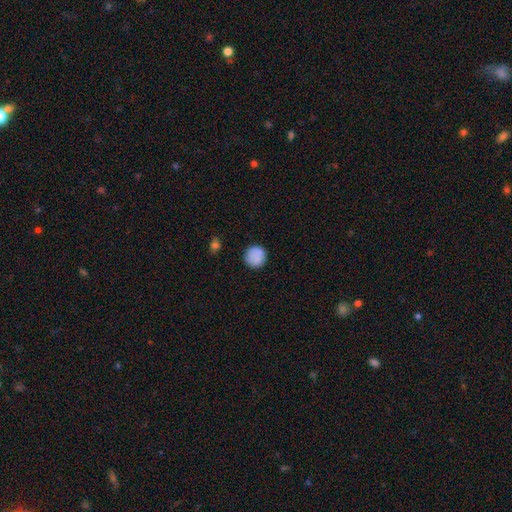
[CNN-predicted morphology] smooth_or_featured: smooth (p=0.87) [alt: star or artifact p=0.08]
how_rounded: round (p=0.94) [alt: in between p=0.05]
merging: none (p=0.87) [alt: minor disturbance p=0.09]